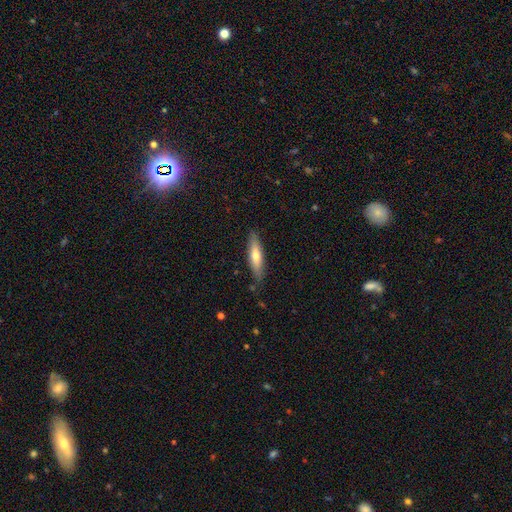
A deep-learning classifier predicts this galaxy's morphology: Smooth or featured?
  - smooth: 60% *
  - featured or disk: 34%
  - star or artifact: 6%
How rounded?
  - cigar-shaped: 72% *
  - in between: 27%
  - round: 2%
Merging?
  - none: 84% *
  - minor disturbance: 12%
  - major disturbance: 2%
  - merger: 1%